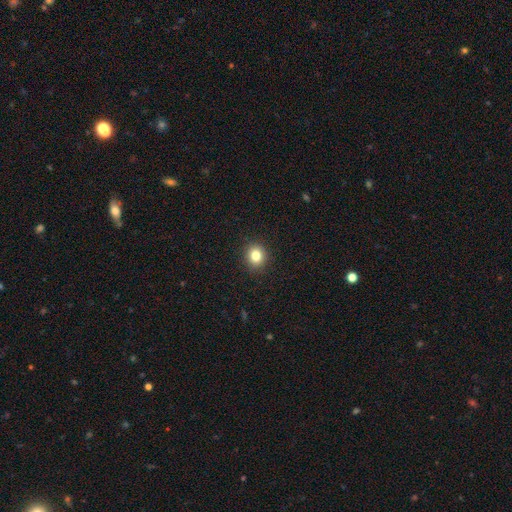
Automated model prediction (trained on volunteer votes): smooth_or_featured: smooth (p=0.82) [alt: star or artifact p=0.11]
how_rounded: round (p=0.74) [alt: in between p=0.25]
merging: none (p=0.91) [alt: minor disturbance p=0.06]